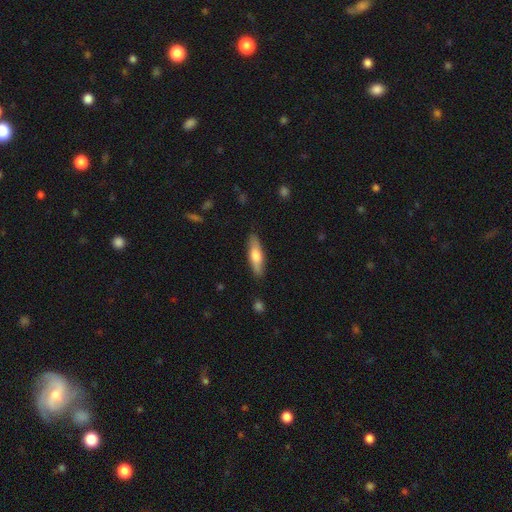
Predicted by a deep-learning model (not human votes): The model was most divided on "how rounded": cigar-shaped: 62%, in between: 36%, round: 2%. More confident: merging — none (86%); smooth or featured — smooth (63%).